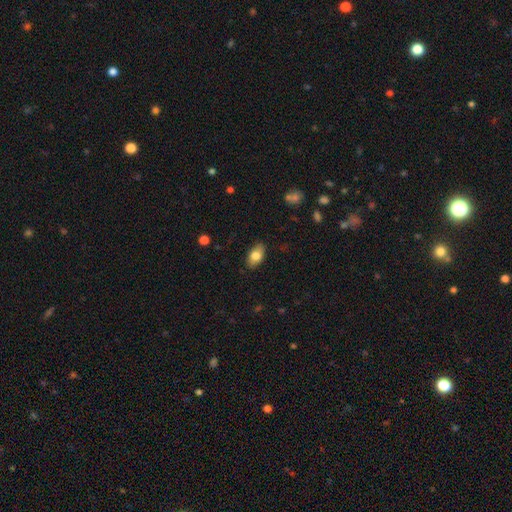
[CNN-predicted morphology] smooth 79%, featured or disk 14%, star or artifact 7%. Down the decision tree: how rounded — in between (90%); merging — none (85%).